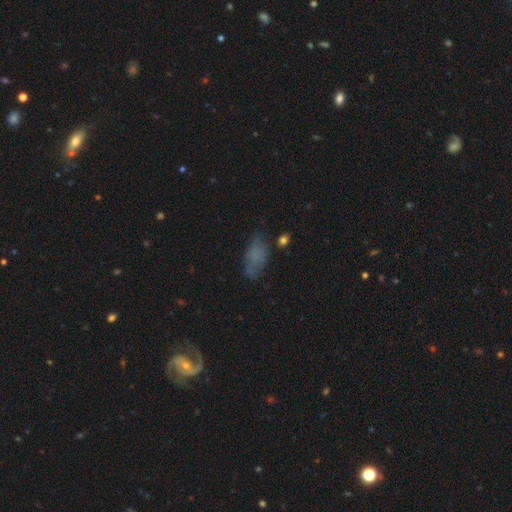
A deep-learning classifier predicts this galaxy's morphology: smooth-or-featured: smooth: 61% | featured or disk: 24% | star or artifact: 14%
  how-rounded: in between: 84% | cigar-shaped: 12% | round: 4%
  merging: none: 54% | minor disturbance: 25% | major disturbance: 16% | merger: 5%